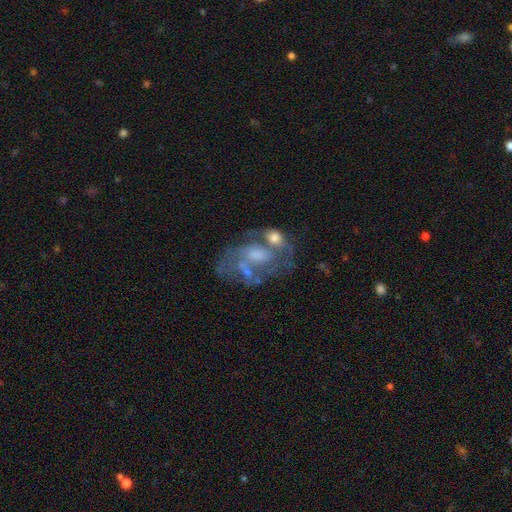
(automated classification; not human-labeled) smooth_or_featured: featured or disk (p=0.66) [alt: smooth p=0.24]
disk_edge_on: no (p=0.97) [alt: yes p=0.03]
bar: no (p=0.72) [alt: weak p=0.22]
has_spiral_arms: no (p=0.59) [alt: yes p=0.41]
bulge_size: moderate (p=0.37) [alt: small p=0.25]
merging: merger (p=0.36) [alt: none p=0.28]